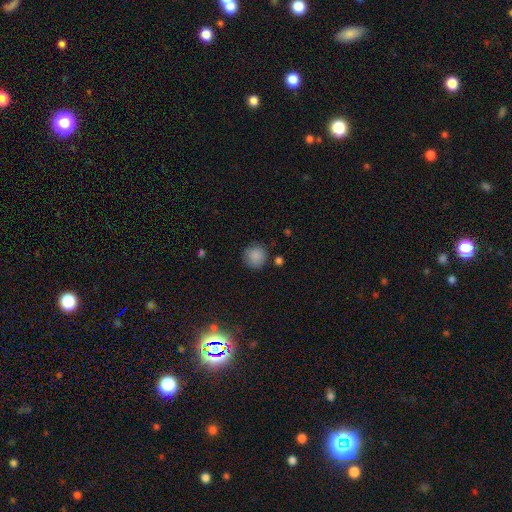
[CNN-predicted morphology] Smooth or featured? smooth (87%)
How rounded? round (92%)
Merging? none (82%)